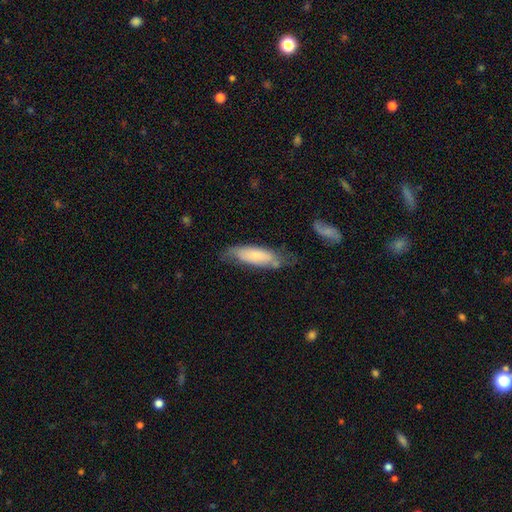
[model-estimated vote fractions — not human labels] smooth_or_featured: smooth (p=0.59) [alt: featured or disk p=0.34]
how_rounded: in between (p=0.55) [alt: cigar-shaped p=0.44]
merging: none (p=0.52) [alt: minor disturbance p=0.30]